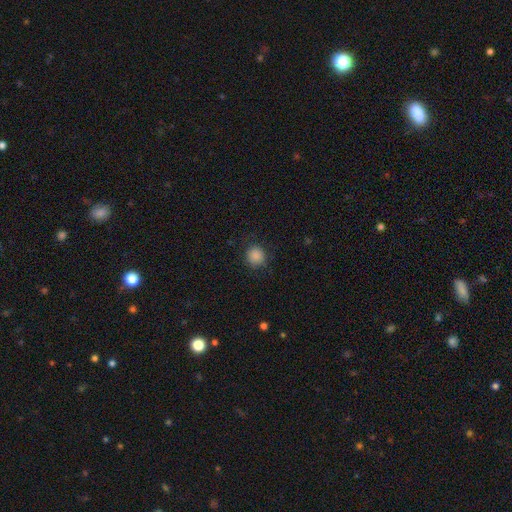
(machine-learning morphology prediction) A smooth galaxy with no disk features (86%) that is round (89%).

Vote fractions:
- Smooth or featured? smooth: 86% / star or artifact: 10% / featured or disk: 4%
- How rounded? round: 89% / in between: 10% / cigar-shaped: 1%
- Merging? none: 85% / minor disturbance: 11% / major disturbance: 4% / merger: 1%